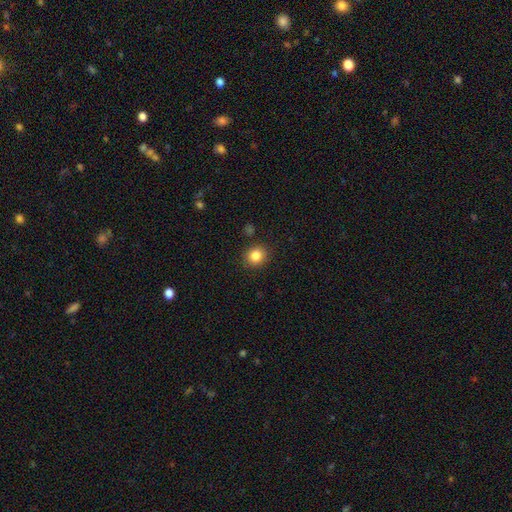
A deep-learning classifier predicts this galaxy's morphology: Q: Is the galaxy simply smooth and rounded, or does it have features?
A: smooth — 84%.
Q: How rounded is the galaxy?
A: round — 85%.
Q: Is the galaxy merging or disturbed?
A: none — 88%.